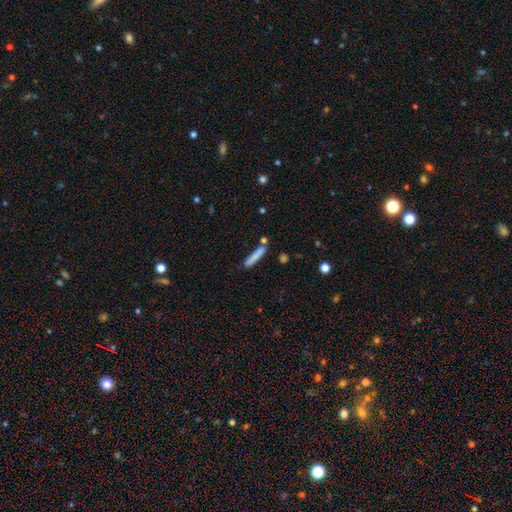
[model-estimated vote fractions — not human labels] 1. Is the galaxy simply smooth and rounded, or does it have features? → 78% smooth, 15% featured or disk, 7% star or artifact.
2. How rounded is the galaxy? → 91% cigar-shaped, 7% in between, 2% round.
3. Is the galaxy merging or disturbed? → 72% none, 15% minor disturbance, 10% merger, 4% major disturbance.